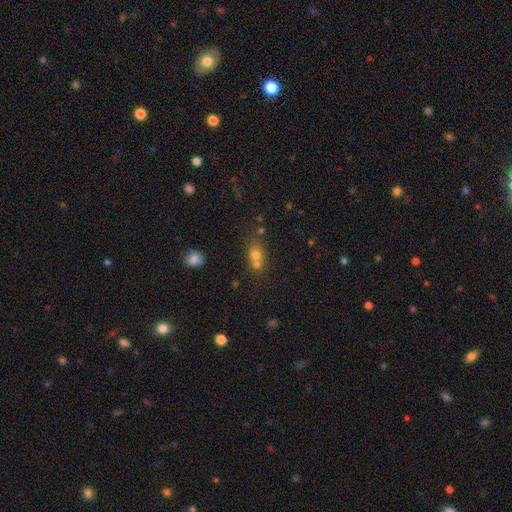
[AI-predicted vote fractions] This appears to be a smooth galaxy with no disk features (64%) that is round (66%). Merging: merger (49%).